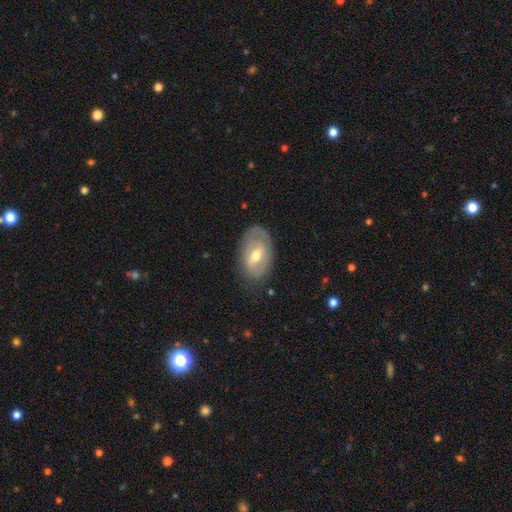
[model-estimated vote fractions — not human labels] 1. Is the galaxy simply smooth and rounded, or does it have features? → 55% featured or disk, 38% smooth, 7% star or artifact.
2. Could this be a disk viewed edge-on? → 91% no, 9% yes.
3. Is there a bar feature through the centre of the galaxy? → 47% weak, 32% no, 21% strong.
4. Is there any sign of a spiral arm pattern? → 54% no, 46% yes.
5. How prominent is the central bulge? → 72% moderate, 20% small, 6% large, 1% none, 1% dominant.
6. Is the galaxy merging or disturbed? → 75% none, 19% minor disturbance, 6% major disturbance, 1% merger.